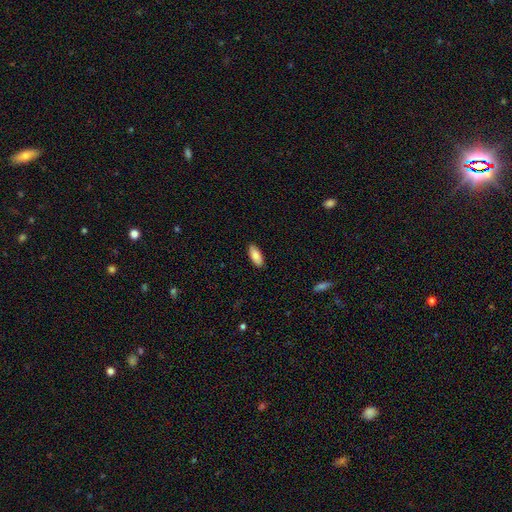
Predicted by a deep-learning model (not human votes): Q: Smooth or featured?
A: smooth (87%); runner-up: featured or disk (7%)
Q: How rounded?
A: in between (82%); runner-up: cigar-shaped (16%)
Q: Merging?
A: none (88%); runner-up: minor disturbance (9%)